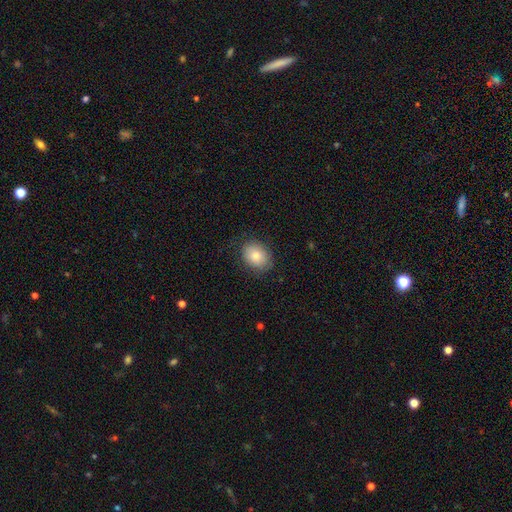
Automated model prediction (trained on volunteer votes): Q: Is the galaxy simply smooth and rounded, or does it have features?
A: smooth — 83%.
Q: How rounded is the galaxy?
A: in between — 60%.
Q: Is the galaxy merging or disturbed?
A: none — 83%.